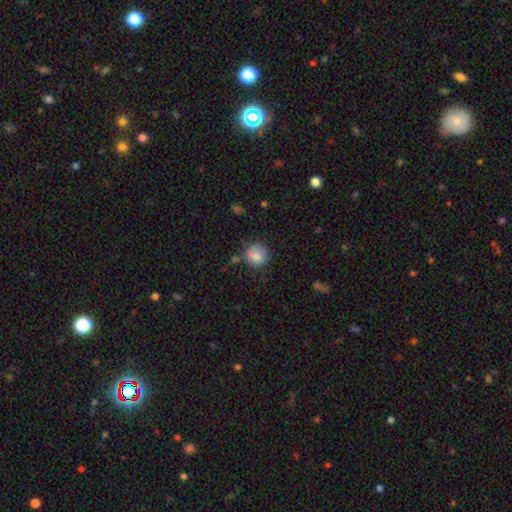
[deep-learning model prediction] Morphology: type=smooth (82%); roundness=round (86%); merging=none (68%).